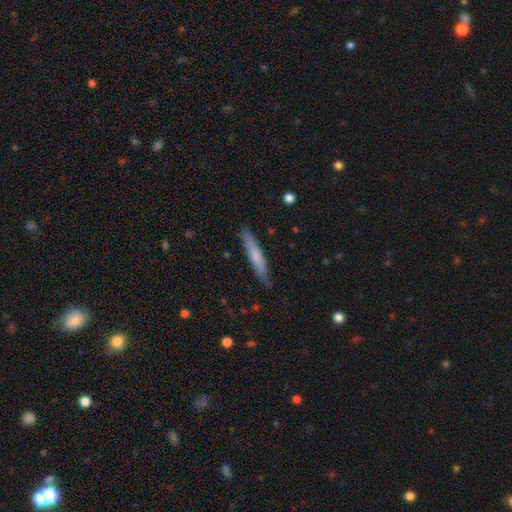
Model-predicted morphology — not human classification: This is likely a smooth galaxy (65%). How rounded: clearly cigar-shaped (93%). Merging: clearly none (86%).